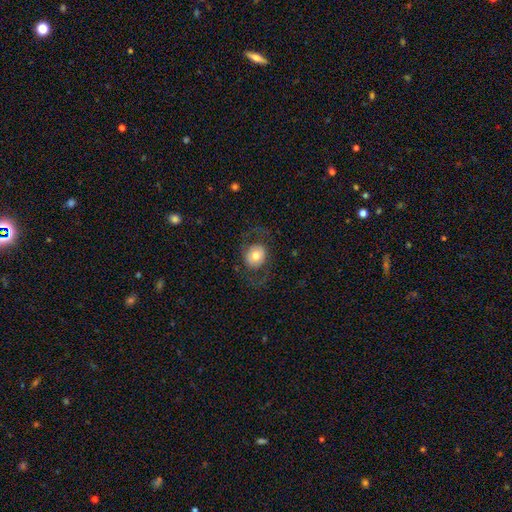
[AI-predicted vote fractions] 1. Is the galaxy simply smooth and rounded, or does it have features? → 52% smooth, 41% featured or disk, 7% star or artifact.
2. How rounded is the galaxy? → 66% round, 33% in between, 1% cigar-shaped.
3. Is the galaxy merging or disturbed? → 70% none, 16% major disturbance, 13% minor disturbance, 1% merger.